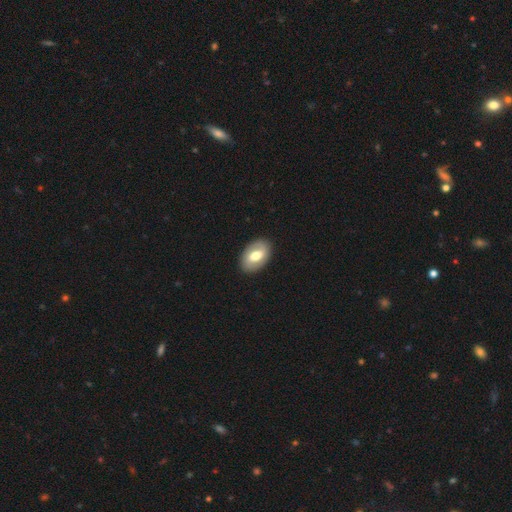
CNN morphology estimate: Smooth or featured? smooth (50%)
Merging? none (87%)